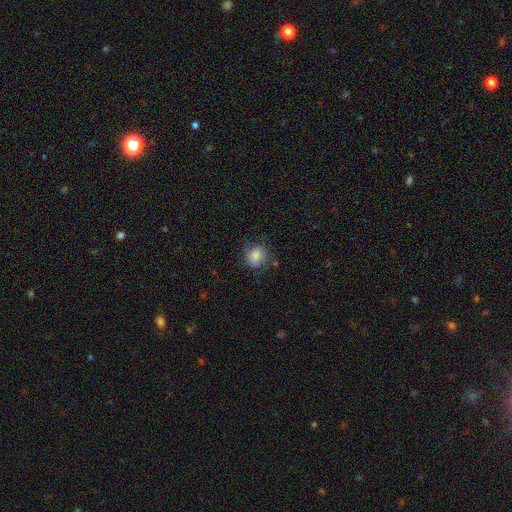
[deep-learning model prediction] Smooth or featured?
  - smooth: 77% *
  - featured or disk: 13%
  - star or artifact: 9%
How rounded?
  - round: 74% *
  - in between: 25%
  - cigar-shaped: 1%
Merging?
  - none: 65% *
  - minor disturbance: 23%
  - major disturbance: 10%
  - merger: 2%